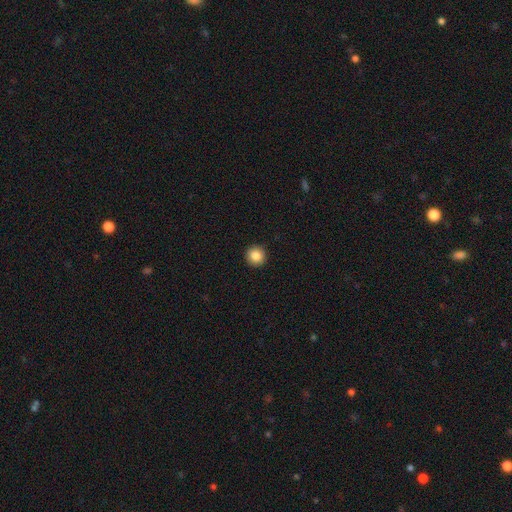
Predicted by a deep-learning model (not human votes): Overall: smooth (86%). How rounded: round (96%). Merging: none (93%).